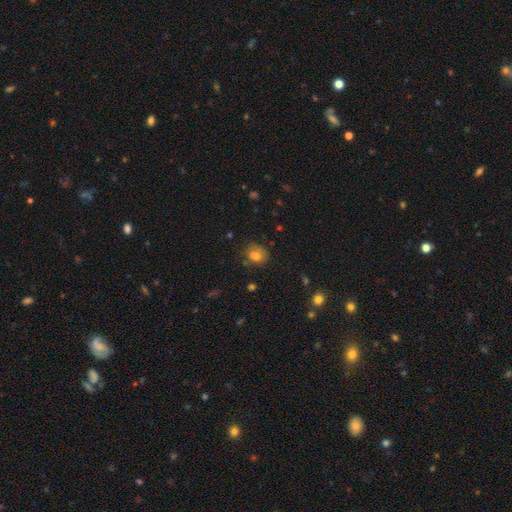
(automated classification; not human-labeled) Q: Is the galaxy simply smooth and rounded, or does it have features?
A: smooth — 75%.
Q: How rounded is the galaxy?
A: round — 60%.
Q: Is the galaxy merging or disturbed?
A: none — 64%.